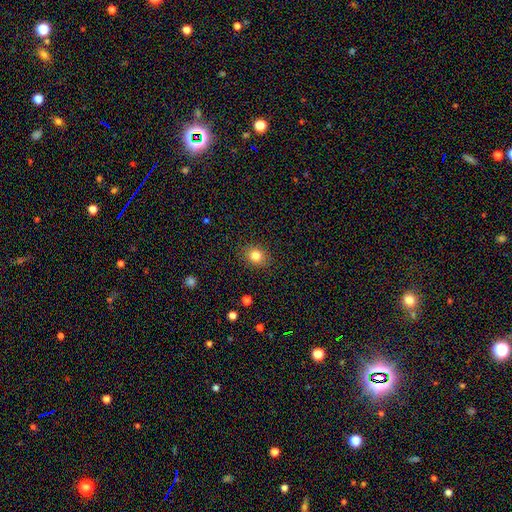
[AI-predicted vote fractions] Q: Smooth or featured?
A: smooth (82%); runner-up: star or artifact (11%)
Q: How rounded?
A: round (60%); runner-up: in between (39%)
Q: Merging?
A: none (88%); runner-up: minor disturbance (9%)